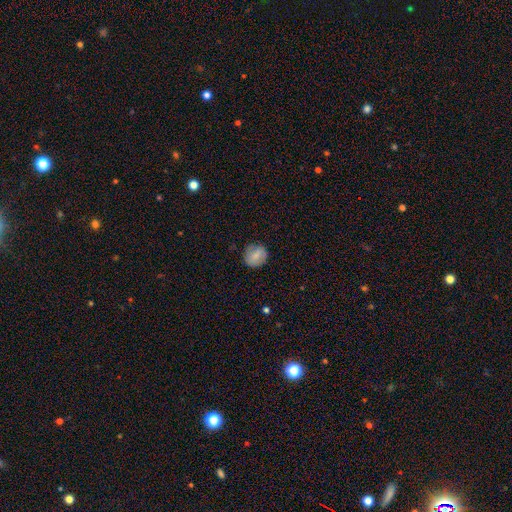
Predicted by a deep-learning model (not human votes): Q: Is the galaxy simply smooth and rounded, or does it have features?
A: smooth — 77%.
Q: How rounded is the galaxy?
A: round — 82%.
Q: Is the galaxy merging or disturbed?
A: none — 79%.